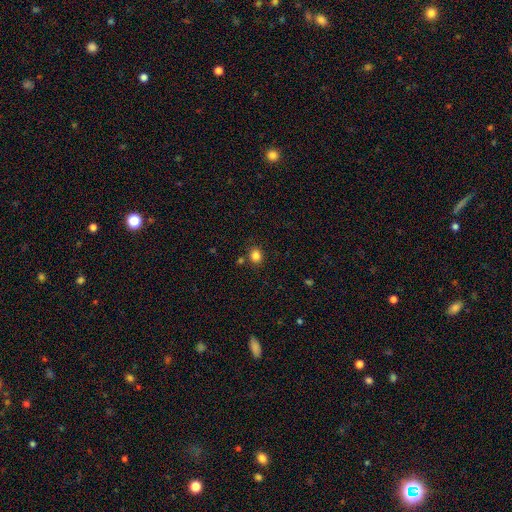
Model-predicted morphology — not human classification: Smooth or featured?
  - smooth: 84% *
  - star or artifact: 12%
  - featured or disk: 4%
How rounded?
  - round: 70% *
  - in between: 30%
  - cigar-shaped: 1%
Merging?
  - none: 82% *
  - minor disturbance: 9%
  - merger: 6%
  - major disturbance: 3%